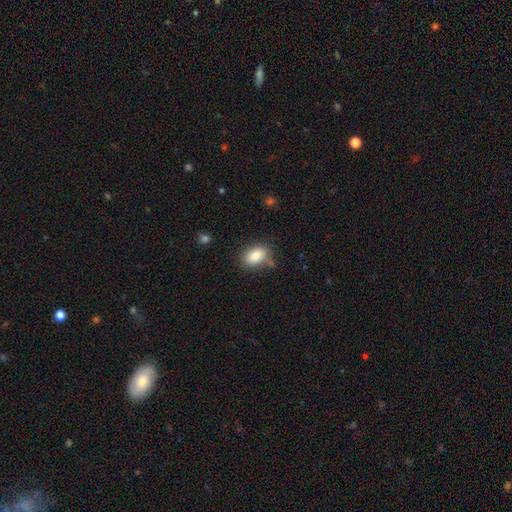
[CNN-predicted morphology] Smooth or featured? smooth (86%)
How rounded? in between (88%)
Merging? none (75%)